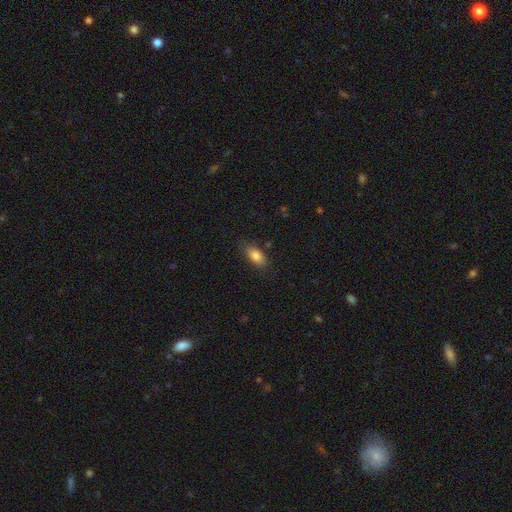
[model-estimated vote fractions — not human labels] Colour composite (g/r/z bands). It shows a smooth galaxy with no disk features (83%) that is in between round and cigar-shaped (87%). Merging: none (76%).